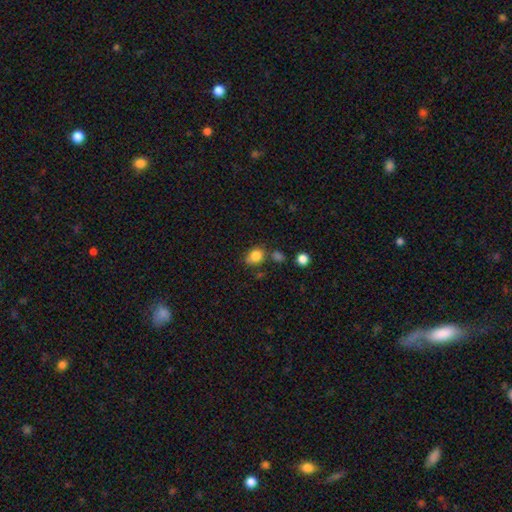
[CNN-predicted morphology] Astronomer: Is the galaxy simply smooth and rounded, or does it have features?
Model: smooth — 82%.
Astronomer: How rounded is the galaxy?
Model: in between — 57% (runner-up: round, 42%).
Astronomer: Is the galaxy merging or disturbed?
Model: none — 63%.